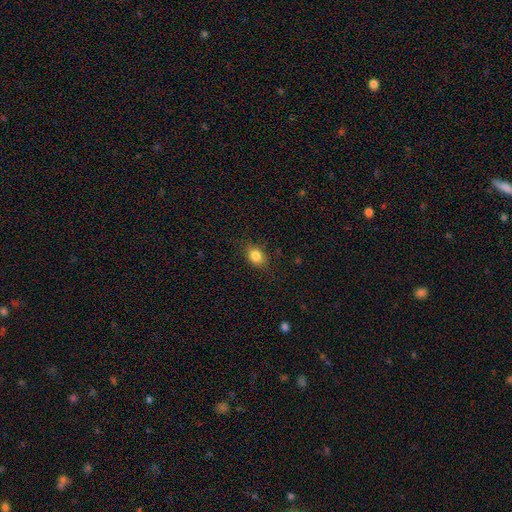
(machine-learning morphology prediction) smooth-or-featured: smooth: 83% | star or artifact: 10% | featured or disk: 7%
  how-rounded: in between: 63% | round: 36% | cigar-shaped: 1%
  merging: none: 82% | minor disturbance: 13% | major disturbance: 3% | merger: 1%